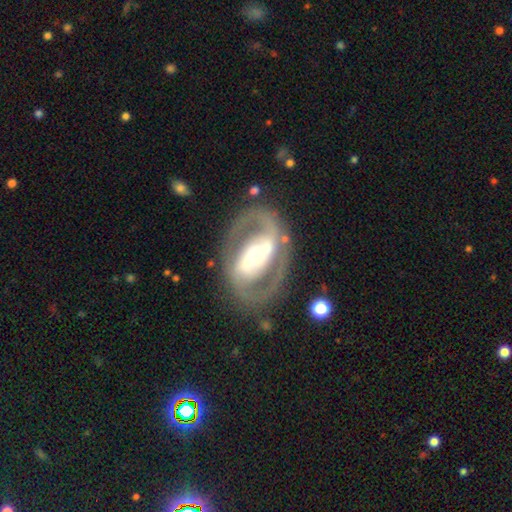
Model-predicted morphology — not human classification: A featured or disk galaxy (83%) with a strong bar (55%), 2 (85%) medium (46%) spiral arms (68%) and a moderate central bulge (62%).

Vote fractions:
- Smooth or featured? featured or disk: 83% / smooth: 12% / star or artifact: 5%
- Edge-on disk? no: 94% / yes: 6%
- Bar? strong: 55% / weak: 24% / no: 20%
- Spiral arms? yes: 68% / no: 32%
- Spiral winding? medium: 46% / tight: 34% / loose: 20%
- Spiral arm count? 2: 85% / can't tell: 7% / 1: 4% / 3: 1% / 4: 1% / more than 4: 1%
- Bulge size? moderate: 62% / large: 20% / small: 15% / dominant: 3% / none: 1%
- Merging? none: 78% / minor disturbance: 12% / major disturbance: 9% / merger: 2%